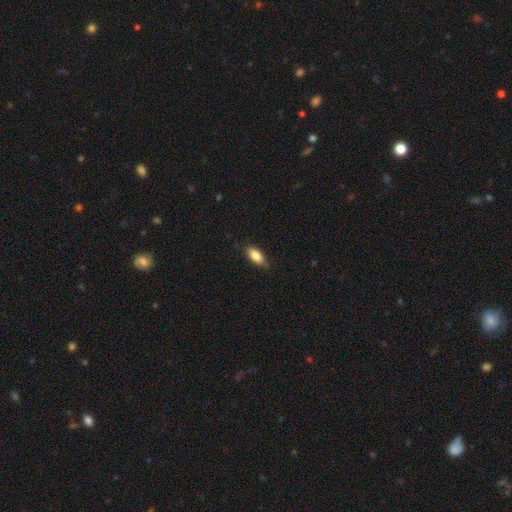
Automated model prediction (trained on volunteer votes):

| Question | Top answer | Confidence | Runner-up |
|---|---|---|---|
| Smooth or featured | smooth | 84% | featured or disk (9%) |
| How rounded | in between | 87% | cigar-shaped (10%) |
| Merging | none | 79% | minor disturbance (17%) |